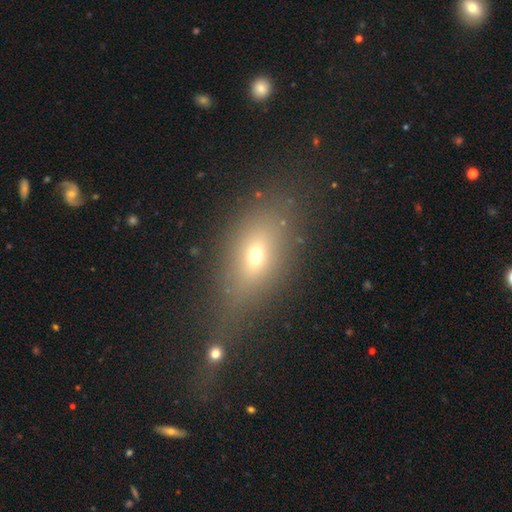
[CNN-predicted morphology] Smooth or featured? Predicted: smooth (p=0.60). How rounded? Predicted: in between (p=0.70). Merging? Predicted: none (p=0.57).